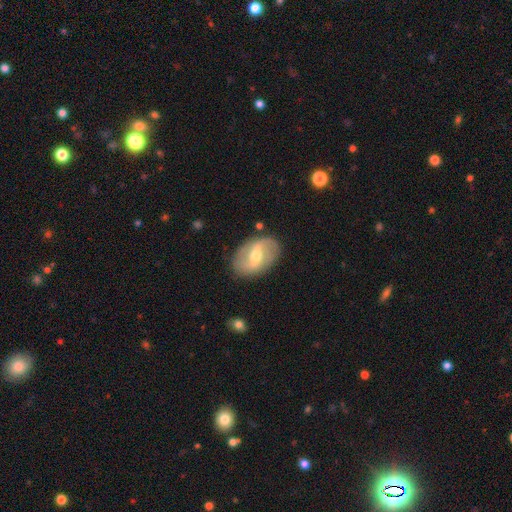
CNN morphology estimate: This appears to be a featured or disk galaxy (74%) with a weak bar (49%), 2 (87%) loose (54%) spiral arms (79%) and a moderate central bulge (65%). Merging: none (83%).